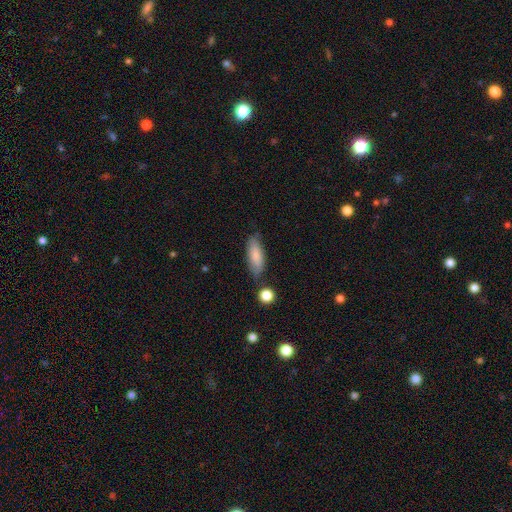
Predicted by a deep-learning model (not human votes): Smooth or featured: smooth — 82% (featured or disk — 11%)
How rounded: in between — 68% (cigar-shaped — 30%)
Merging: none — 71% (minor disturbance — 19%)